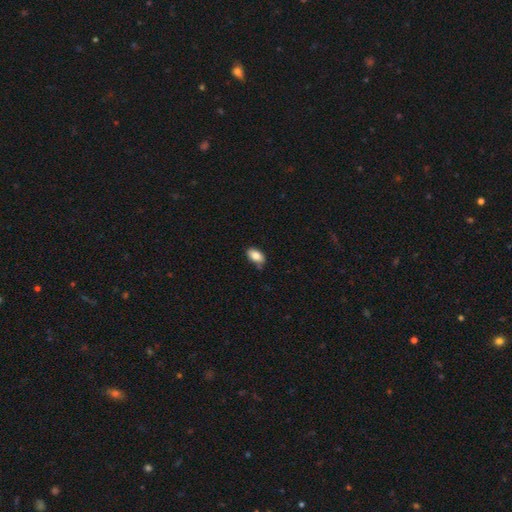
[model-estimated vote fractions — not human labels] Smooth or featured?
  - smooth: 84% *
  - featured or disk: 9%
  - star or artifact: 7%
How rounded?
  - in between: 92% *
  - round: 5%
  - cigar-shaped: 3%
Merging?
  - none: 75% *
  - minor disturbance: 19%
  - major disturbance: 3%
  - merger: 3%